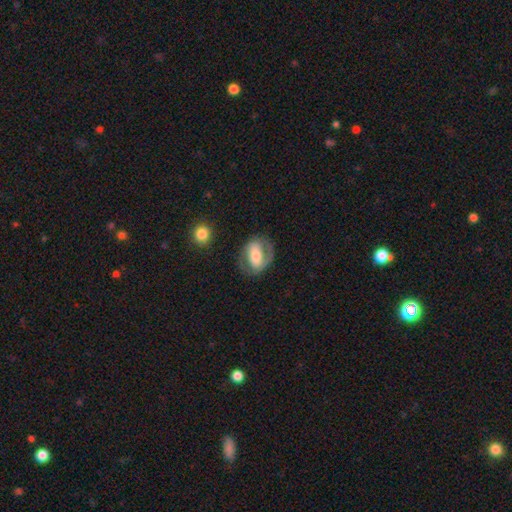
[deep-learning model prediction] The model was most divided on "bar": strong: 44%, weak: 30%, no: 26%. More confident: edge-on disk — no (94%); merging — none (68%); spiral arms — yes (64%); smooth or featured — featured or disk (60%); bulge size — moderate (58%).